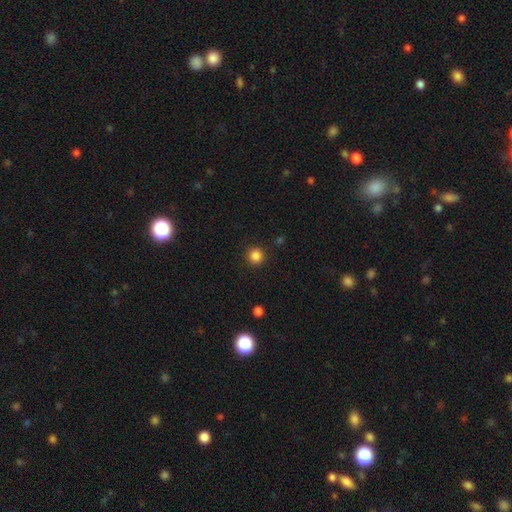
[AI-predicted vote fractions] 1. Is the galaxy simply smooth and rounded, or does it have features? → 85% smooth, 12% star or artifact, 3% featured or disk.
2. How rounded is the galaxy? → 93% round, 6% in between, 1% cigar-shaped.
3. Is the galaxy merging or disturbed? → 90% none, 6% minor disturbance, 2% major disturbance, 1% merger.